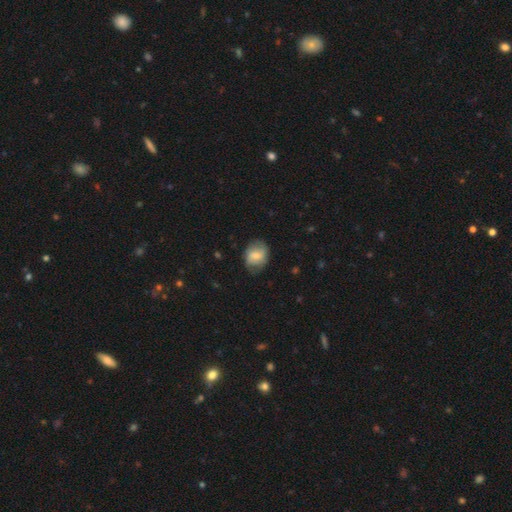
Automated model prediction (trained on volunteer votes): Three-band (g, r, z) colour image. It shows a smooth galaxy with no disk features (61%) that is in between round and cigar-shaped (59%). Merging: none (68%).